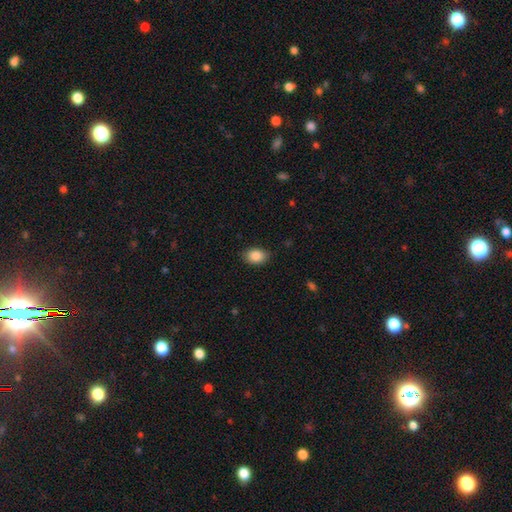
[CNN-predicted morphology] A smooth galaxy with no disk features (88%) that is in between round and cigar-shaped (78%).

Vote fractions:
- Smooth or featured? smooth: 88% / star or artifact: 8% / featured or disk: 4%
- How rounded? in between: 78% / round: 21% / cigar-shaped: 1%
- Merging? none: 84% / minor disturbance: 12% / major disturbance: 3% / merger: 1%